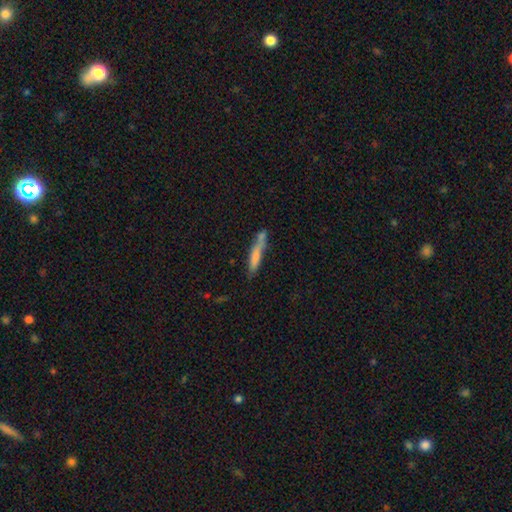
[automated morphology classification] Smooth or featured? smooth (44%)
Merging? none (73%)